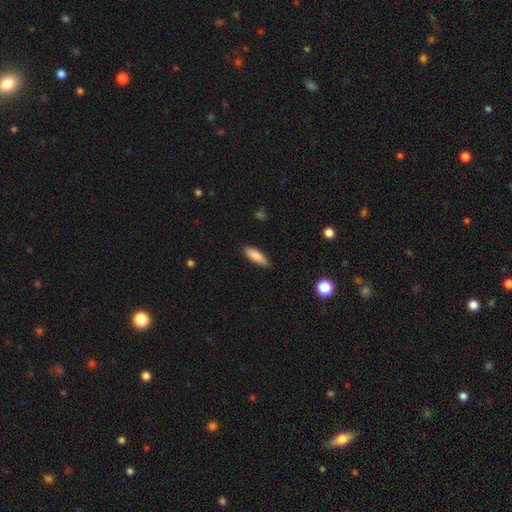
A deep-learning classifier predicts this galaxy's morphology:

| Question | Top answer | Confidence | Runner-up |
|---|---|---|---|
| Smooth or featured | smooth | 85% | featured or disk (9%) |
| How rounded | in between | 50% | cigar-shaped (48%) |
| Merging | none | 86% | minor disturbance (11%) |